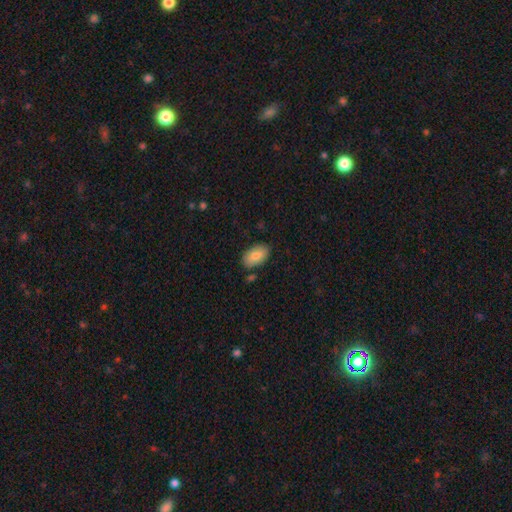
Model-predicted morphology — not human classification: This is clearly a smooth galaxy (81%). How rounded: clearly in between (94%). Merging: clearly none (82%).